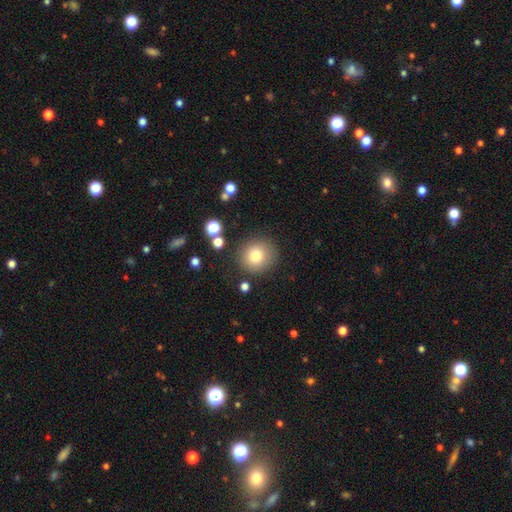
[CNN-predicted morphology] smooth_or_featured: smooth (p=0.81) [alt: star or artifact p=0.10]
how_rounded: round (p=0.92) [alt: in between p=0.07]
merging: none (p=0.85) [alt: minor disturbance p=0.09]